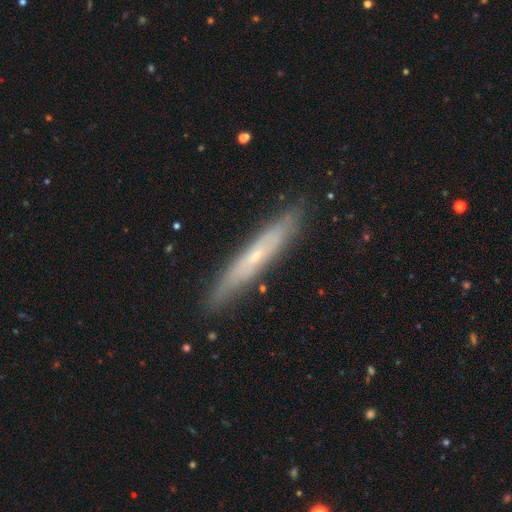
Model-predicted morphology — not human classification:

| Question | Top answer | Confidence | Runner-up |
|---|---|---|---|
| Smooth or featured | featured or disk | 61% | smooth (32%) |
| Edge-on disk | yes | 75% | no (25%) |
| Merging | none | 85% | minor disturbance (12%) |